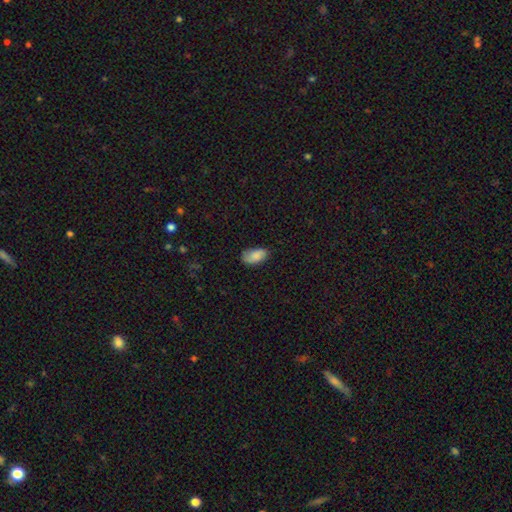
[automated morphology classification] smooth 81%, featured or disk 11%, star or artifact 7%. Down the decision tree: how rounded — in between (94%); merging — none (70%).